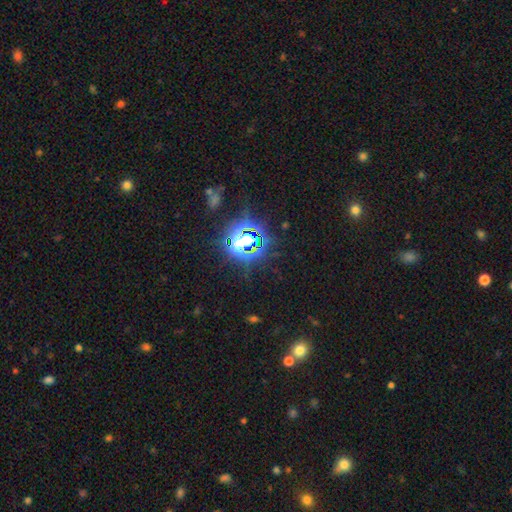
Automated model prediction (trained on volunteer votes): smooth_or_featured: star or artifact (p=0.78) [alt: smooth p=0.16]